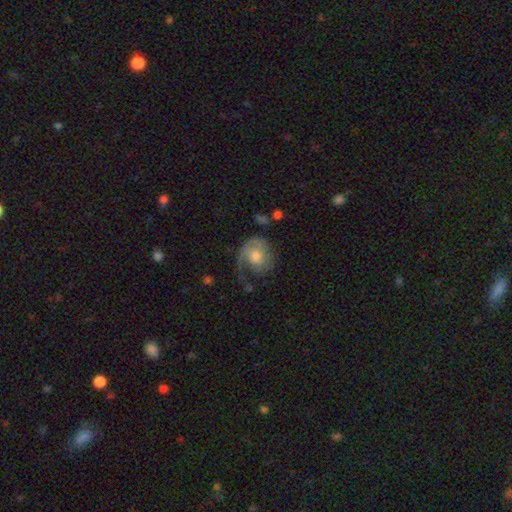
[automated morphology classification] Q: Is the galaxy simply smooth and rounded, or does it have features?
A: featured or disk — 61%.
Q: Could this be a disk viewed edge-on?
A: no — 97%.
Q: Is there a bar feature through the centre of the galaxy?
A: no — 76%.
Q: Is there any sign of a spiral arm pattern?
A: yes — 85%.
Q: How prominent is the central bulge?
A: moderate — 64%.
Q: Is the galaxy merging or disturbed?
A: none — 43%.